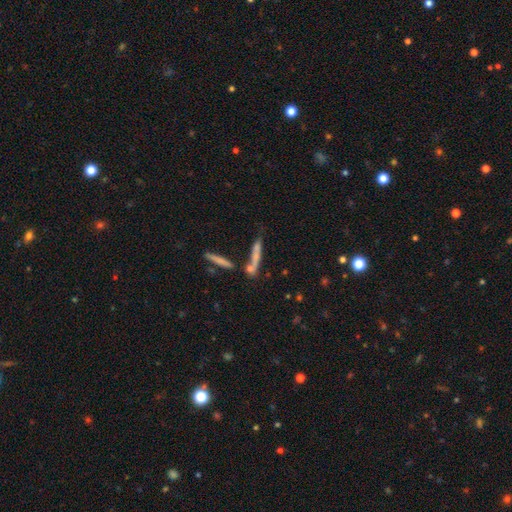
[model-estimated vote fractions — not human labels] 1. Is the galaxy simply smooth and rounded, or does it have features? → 53% smooth, 37% featured or disk, 11% star or artifact.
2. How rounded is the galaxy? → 87% cigar-shaped, 10% in between, 3% round.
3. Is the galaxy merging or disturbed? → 52% none, 28% merger, 13% minor disturbance, 7% major disturbance.